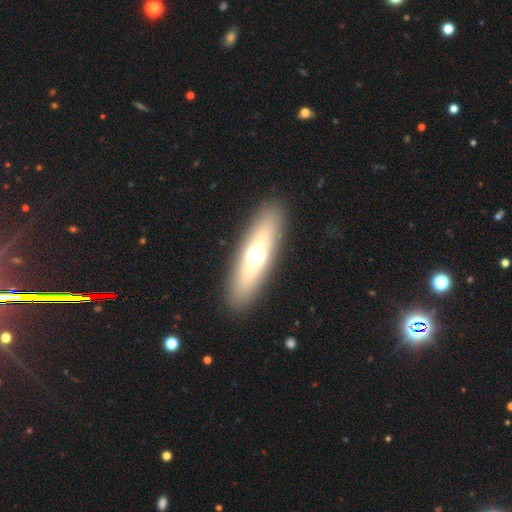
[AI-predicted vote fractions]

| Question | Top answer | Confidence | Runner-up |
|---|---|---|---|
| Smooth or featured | smooth | 51% | featured or disk (38%) |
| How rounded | cigar-shaped | 51% | in between (45%) |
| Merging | none | 88% | minor disturbance (7%) |